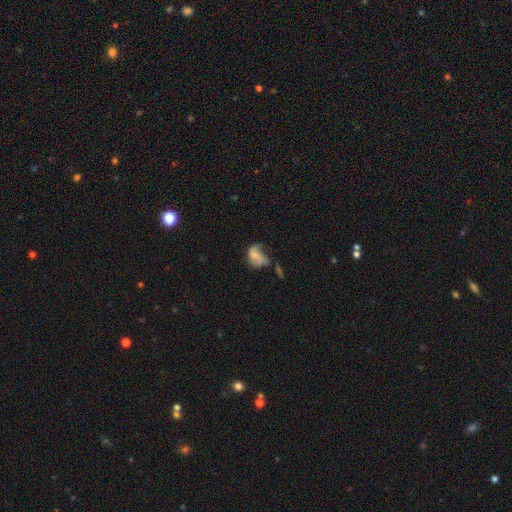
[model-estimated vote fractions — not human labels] Overall: featured or disk (45%; smooth 44%). Merging: major disturbance (36%; none 27%).